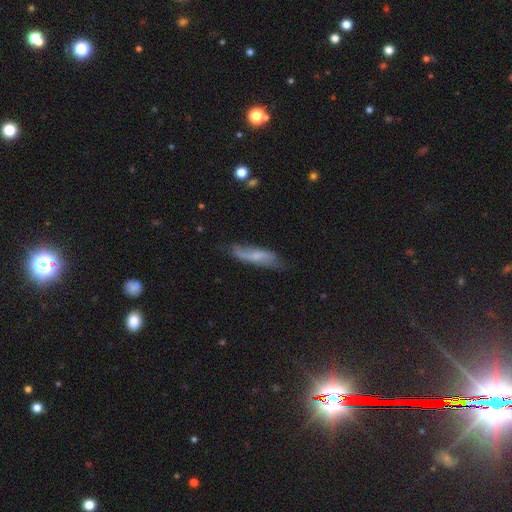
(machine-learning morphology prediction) Smooth or featured? Predicted: featured or disk (p=0.48). Merging? Predicted: none (p=0.62).